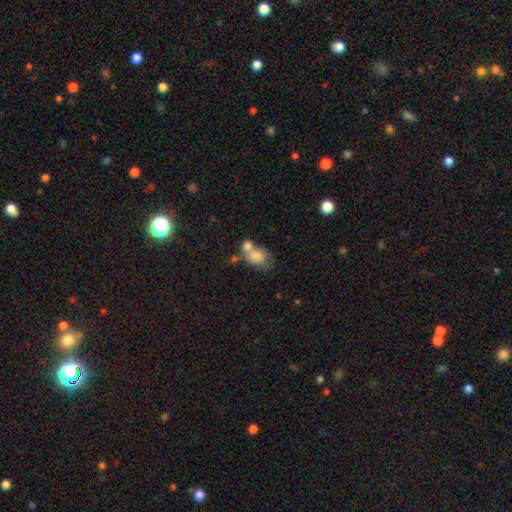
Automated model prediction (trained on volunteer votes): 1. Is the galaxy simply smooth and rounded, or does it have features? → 76% smooth, 15% featured or disk, 9% star or artifact.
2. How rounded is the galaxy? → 64% in between, 35% round, 1% cigar-shaped.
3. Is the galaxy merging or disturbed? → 56% merger, 22% none, 13% minor disturbance, 9% major disturbance.